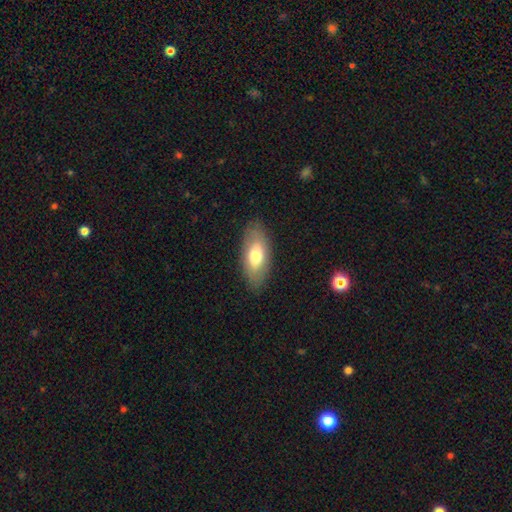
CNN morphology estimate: This is likely a smooth galaxy (70%). How rounded: clearly in between (87%). Merging: clearly none (85%).